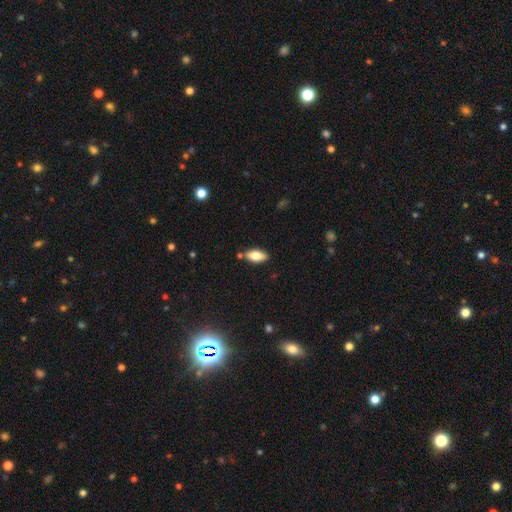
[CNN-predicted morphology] Smooth or featured? smooth (76%)
How rounded? in between (85%)
Merging? none (80%)